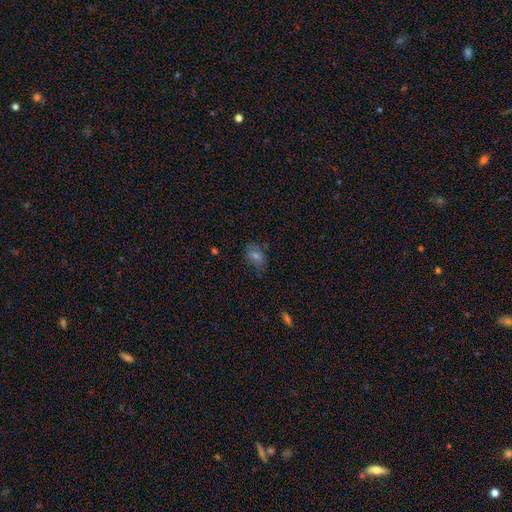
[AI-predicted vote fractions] Smooth or featured: smooth — 51% (featured or disk — 25%)
How rounded: in between — 70% (round — 27%)
Merging: none — 64% (minor disturbance — 24%)